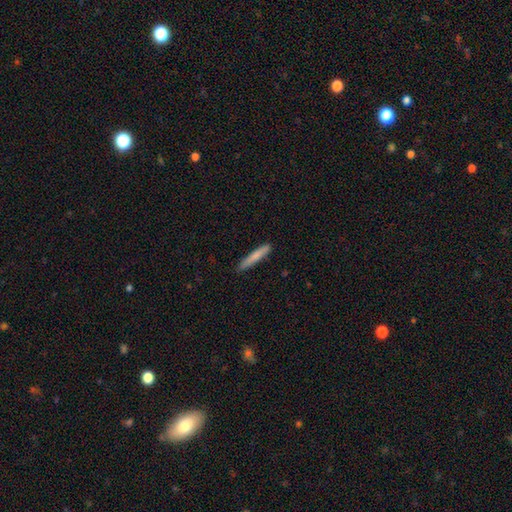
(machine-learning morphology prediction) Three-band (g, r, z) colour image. It shows a smooth galaxy with no disk features (75%) that is cigar-shaped (95%). Merging: none (87%).